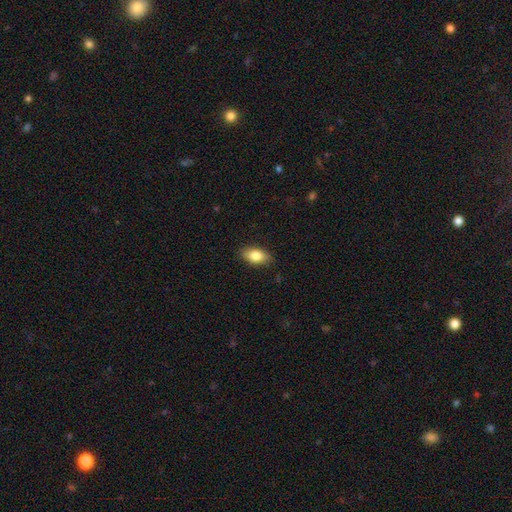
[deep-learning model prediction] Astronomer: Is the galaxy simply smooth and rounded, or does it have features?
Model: smooth — 82%.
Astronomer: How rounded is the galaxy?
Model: in between — 89%.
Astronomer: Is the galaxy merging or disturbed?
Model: none — 85%.